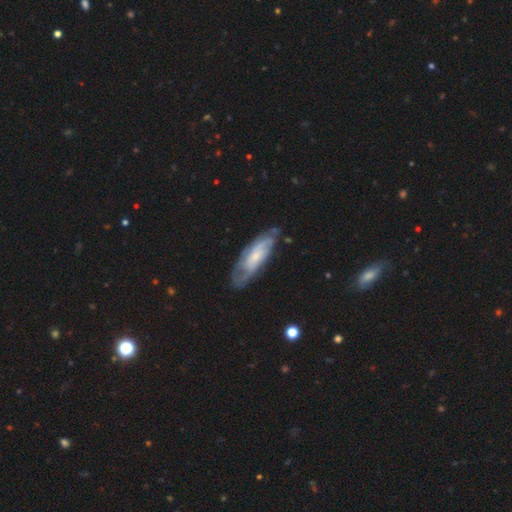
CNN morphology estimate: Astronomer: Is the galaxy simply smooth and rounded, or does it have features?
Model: featured or disk — 71%.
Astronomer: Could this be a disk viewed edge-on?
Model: no — 84%.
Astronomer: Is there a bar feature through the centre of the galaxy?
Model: no — 62%.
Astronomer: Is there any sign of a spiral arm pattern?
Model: yes — 88%.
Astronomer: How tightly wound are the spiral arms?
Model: tight — 49% (runner-up: medium, 38%).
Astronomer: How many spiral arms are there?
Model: can't tell — 41% (runner-up: 2, 38%).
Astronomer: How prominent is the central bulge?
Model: small — 63%.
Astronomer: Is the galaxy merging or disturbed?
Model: none — 69%.